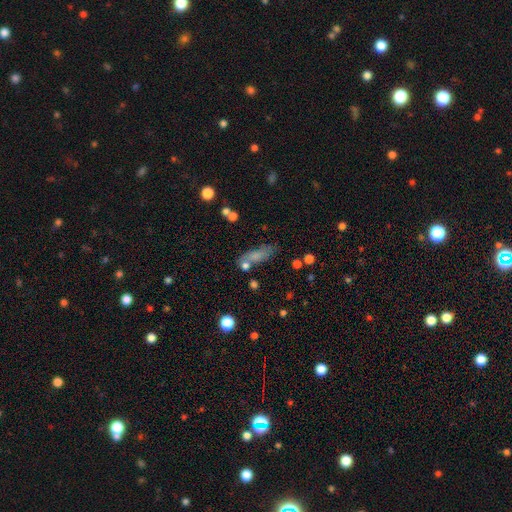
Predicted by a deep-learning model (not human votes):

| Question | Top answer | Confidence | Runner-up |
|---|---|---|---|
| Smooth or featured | smooth | 73% | featured or disk (16%) |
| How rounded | in between | 54% | cigar-shaped (41%) |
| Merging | none | 60% | minor disturbance (19%) |